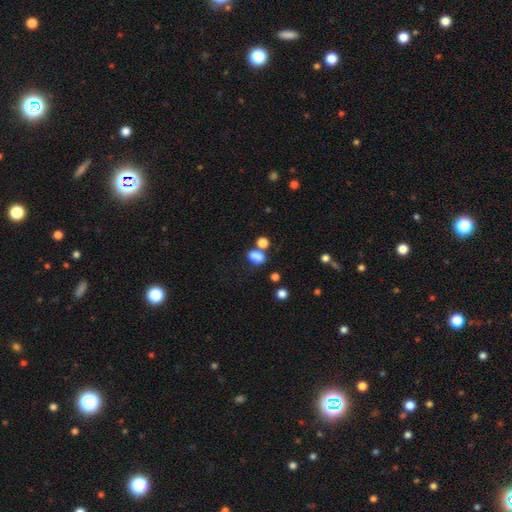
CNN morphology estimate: Smooth or featured? Predicted: smooth (p=0.82). How rounded? Predicted: in between (p=0.78). Merging? Predicted: none (p=0.48).